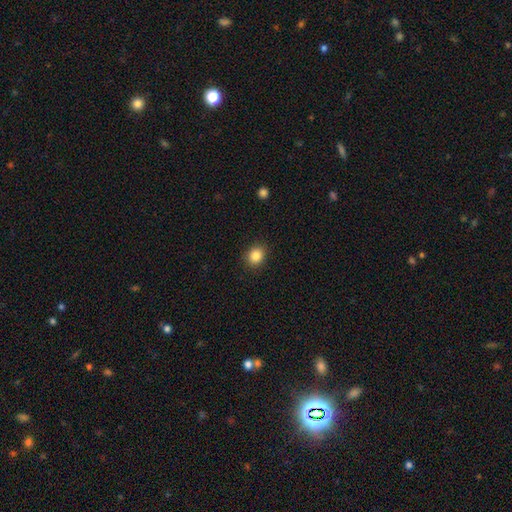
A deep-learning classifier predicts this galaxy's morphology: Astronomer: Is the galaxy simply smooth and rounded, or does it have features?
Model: smooth — 86%.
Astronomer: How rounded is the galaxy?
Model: round — 67%.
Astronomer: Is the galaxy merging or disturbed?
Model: none — 89%.